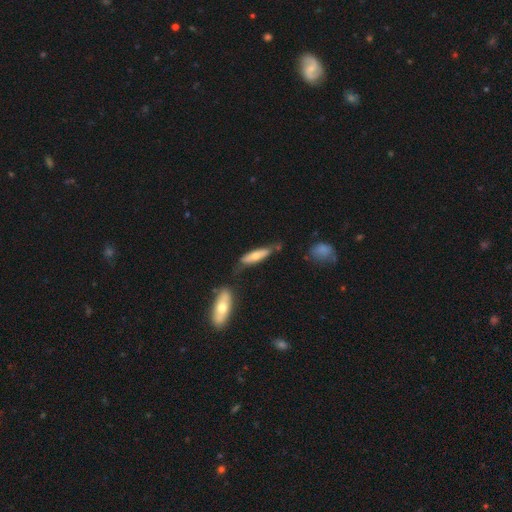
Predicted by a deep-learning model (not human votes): Morphology: type=smooth (57%); roundness=cigar-shaped (71%); merging=none (56%).